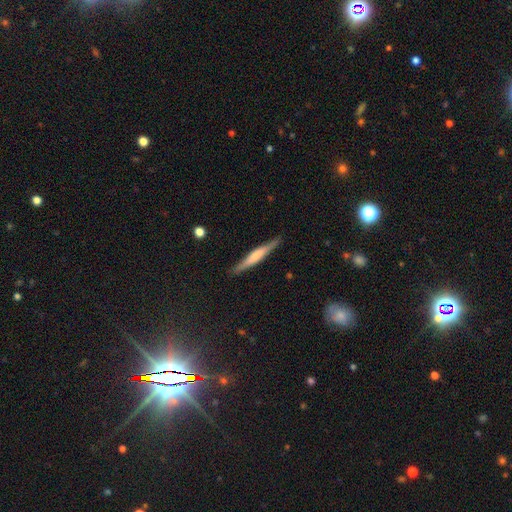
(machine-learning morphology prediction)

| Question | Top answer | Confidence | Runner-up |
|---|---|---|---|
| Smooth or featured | featured or disk | 50% | smooth (44%) |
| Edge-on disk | yes | 96% | no (4%) |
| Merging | none | 88% | minor disturbance (9%) |